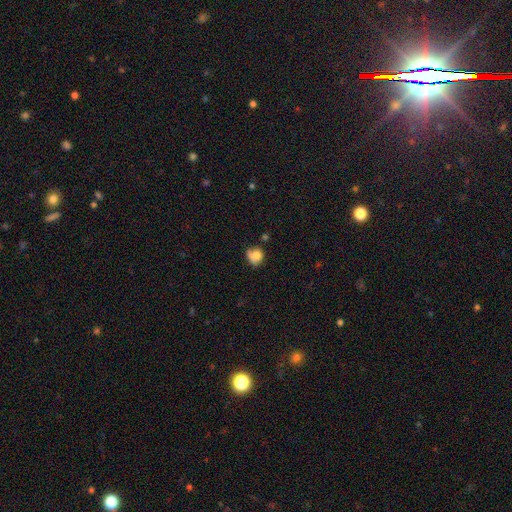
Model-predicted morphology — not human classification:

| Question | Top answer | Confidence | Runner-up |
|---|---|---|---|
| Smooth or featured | smooth | 72% | featured or disk (17%) |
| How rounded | round | 63% | in between (36%) |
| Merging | none | 36% | minor disturbance (31%) |